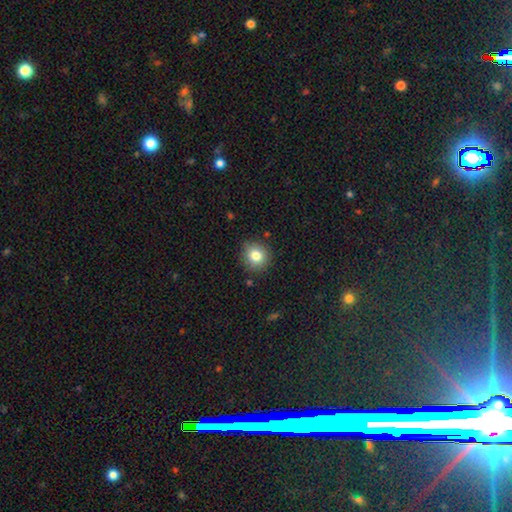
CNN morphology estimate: A smooth galaxy with no disk features (81%) that is round (89%).

Vote fractions:
- Smooth or featured? smooth: 81% / star or artifact: 11% / featured or disk: 8%
- How rounded? round: 89% / in between: 10% / cigar-shaped: 1%
- Merging? none: 87% / minor disturbance: 9% / major disturbance: 2% / merger: 2%